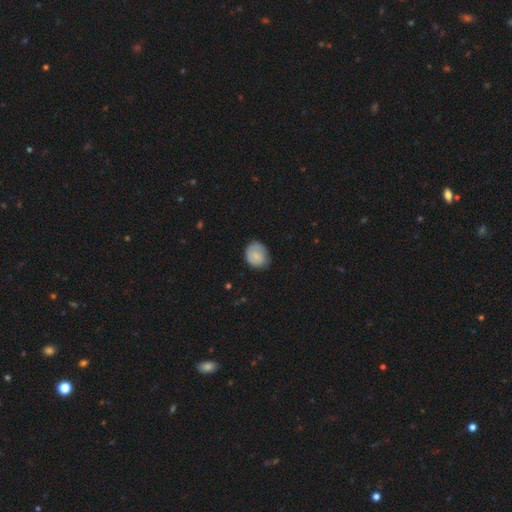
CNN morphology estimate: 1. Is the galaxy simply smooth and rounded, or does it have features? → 76% smooth, 17% featured or disk, 7% star or artifact.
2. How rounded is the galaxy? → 55% round, 44% in between, 1% cigar-shaped.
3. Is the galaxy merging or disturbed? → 66% none, 27% minor disturbance, 6% major disturbance, 1% merger.